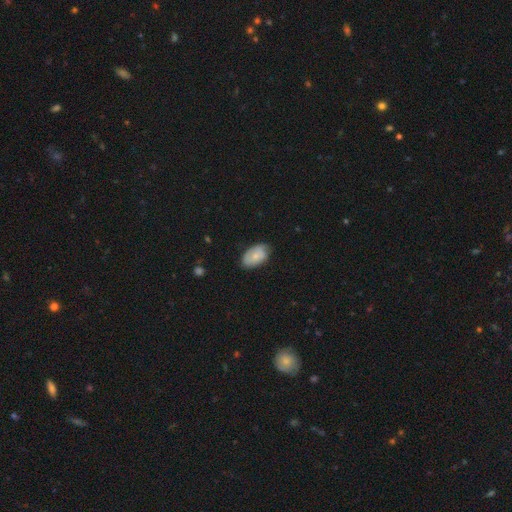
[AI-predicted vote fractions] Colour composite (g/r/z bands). It shows a smooth galaxy with no disk features (71%) that is in between round and cigar-shaped (92%). Merging: none (69%).